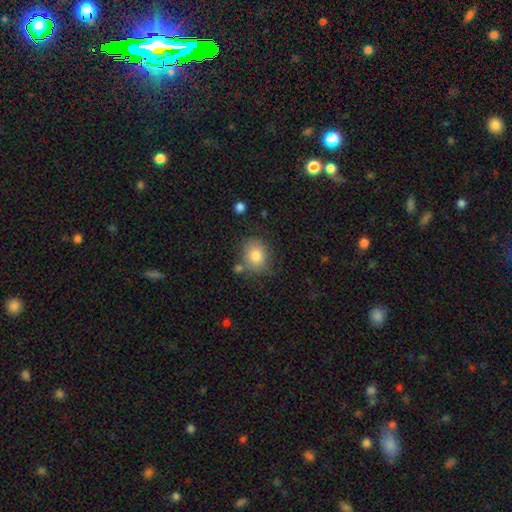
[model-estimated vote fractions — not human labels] Smooth or featured? smooth (81%)
How rounded? round (61%)
Merging? none (70%)